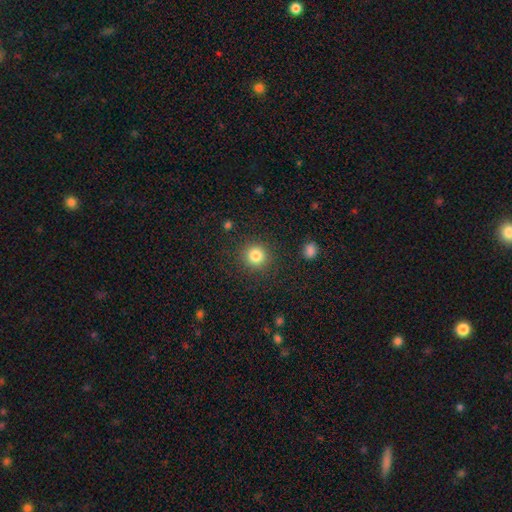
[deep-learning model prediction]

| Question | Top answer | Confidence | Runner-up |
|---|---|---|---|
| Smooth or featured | smooth | 83% | star or artifact (11%) |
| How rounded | round | 93% | in between (6%) |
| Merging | none | 89% | minor disturbance (6%) |